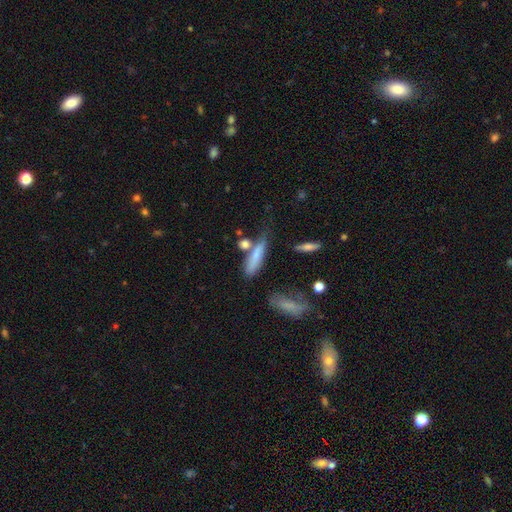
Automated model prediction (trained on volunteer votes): smooth_or_featured: smooth (p=0.73) [alt: featured or disk p=0.18]
how_rounded: cigar-shaped (p=0.70) [alt: in between p=0.26]
merging: none (p=0.56) [alt: minor disturbance p=0.19]